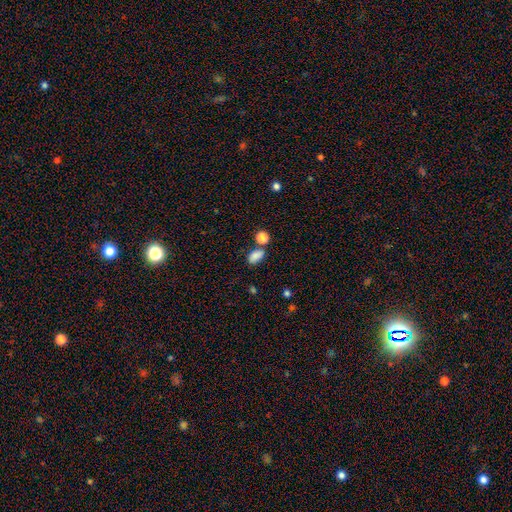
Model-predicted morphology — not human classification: smooth 84%, star or artifact 10%, featured or disk 6%. Down the decision tree: how rounded — in between (85%); merging — none (62%).